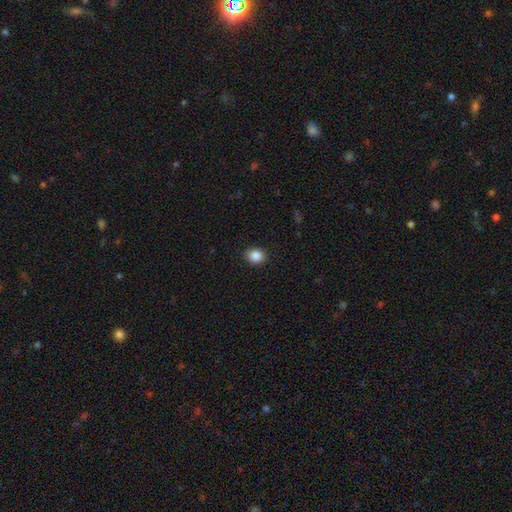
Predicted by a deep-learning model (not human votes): Overall: smooth (87%). How rounded: round (62%; in between 37%). Merging: none (89%).